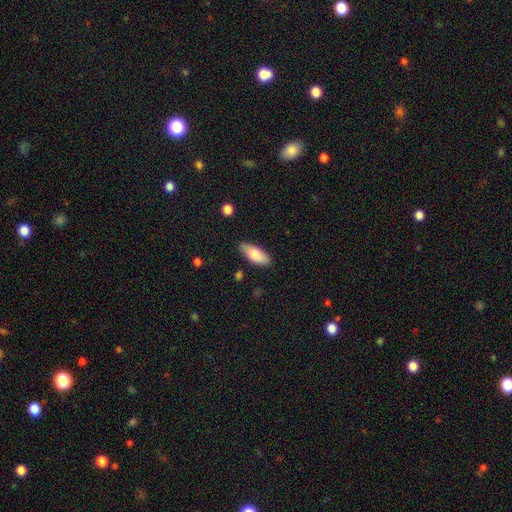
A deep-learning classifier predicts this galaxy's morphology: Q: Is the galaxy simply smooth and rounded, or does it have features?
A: smooth — 78%.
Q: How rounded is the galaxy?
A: in between — 81%.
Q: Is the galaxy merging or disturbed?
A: none — 84%.